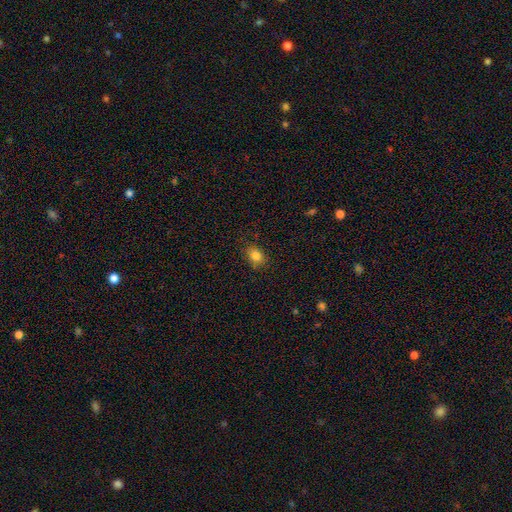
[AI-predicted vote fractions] Morphology: type=smooth (82%); roundness=in between (56%); merging=none (80%).